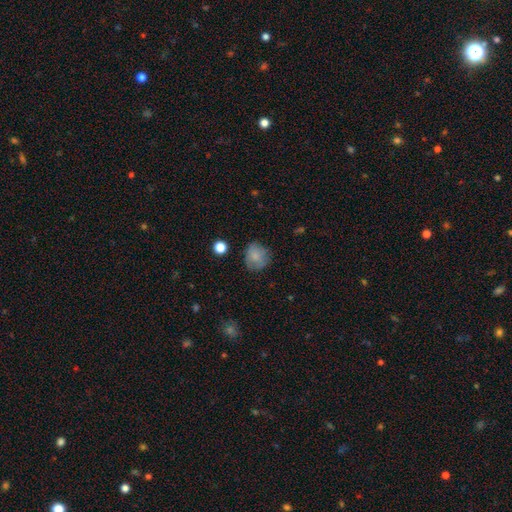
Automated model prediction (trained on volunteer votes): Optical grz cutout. It shows a smooth galaxy with no disk features (79%) that is round (80%). Merging: none (71%).